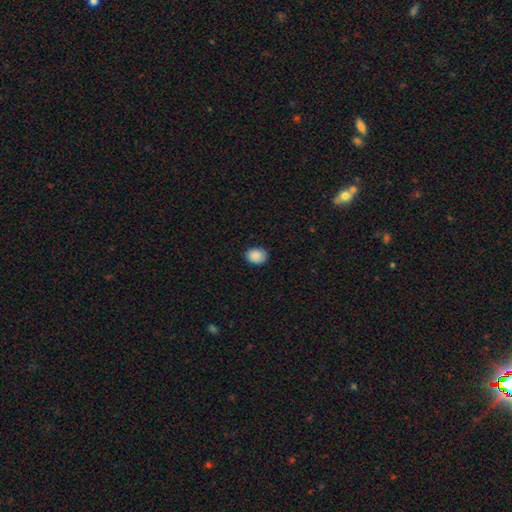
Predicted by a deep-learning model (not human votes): Q: Smooth or featured?
A: smooth (89%); runner-up: star or artifact (8%)
Q: How rounded?
A: in between (54%); runner-up: round (45%)
Q: Merging?
A: none (86%); runner-up: minor disturbance (11%)